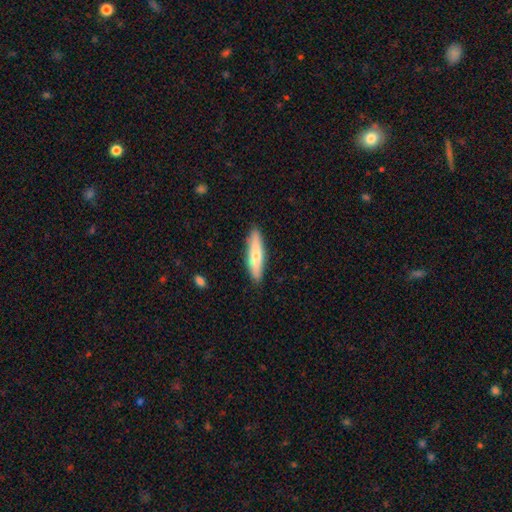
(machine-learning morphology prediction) This is likely a smooth galaxy (66%). How rounded: likely cigar-shaped (75%). Merging: clearly none (88%).